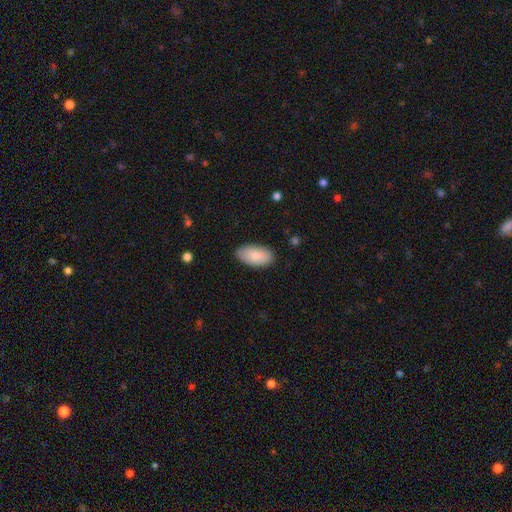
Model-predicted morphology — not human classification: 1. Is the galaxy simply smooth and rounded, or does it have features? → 84% smooth, 10% featured or disk, 6% star or artifact.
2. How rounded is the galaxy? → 95% in between, 2% round, 2% cigar-shaped.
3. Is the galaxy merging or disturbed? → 86% none, 10% minor disturbance, 2% major disturbance, 1% merger.